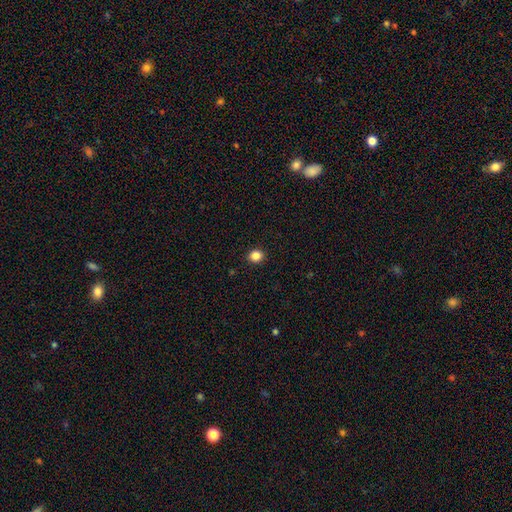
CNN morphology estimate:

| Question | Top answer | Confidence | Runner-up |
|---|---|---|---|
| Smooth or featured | smooth | 85% | star or artifact (11%) |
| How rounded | round | 77% | in between (23%) |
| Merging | none | 92% | minor disturbance (5%) |